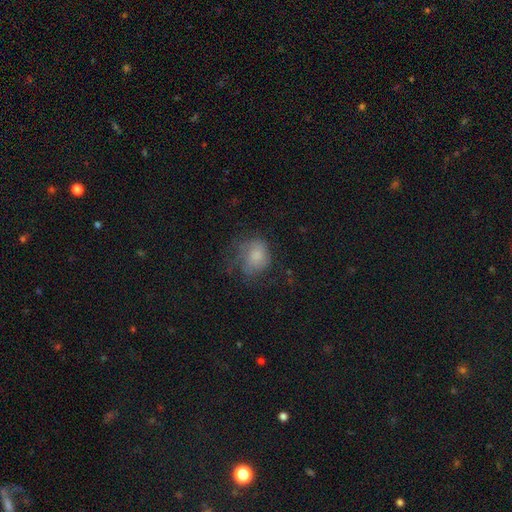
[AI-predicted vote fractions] smooth-or-featured: smooth: 63% | featured or disk: 26% | star or artifact: 11%
  how-rounded: round: 59% | in between: 40% | cigar-shaped: 1%
  merging: none: 43% | major disturbance: 29% | minor disturbance: 26% | merger: 2%